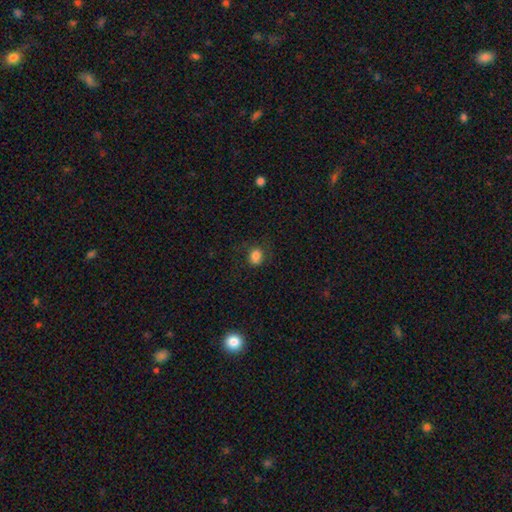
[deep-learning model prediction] Smooth or featured: smooth — 81% (star or artifact — 12%)
How rounded: round — 60% (in between — 39%)
Merging: none — 69% (minor disturbance — 19%)